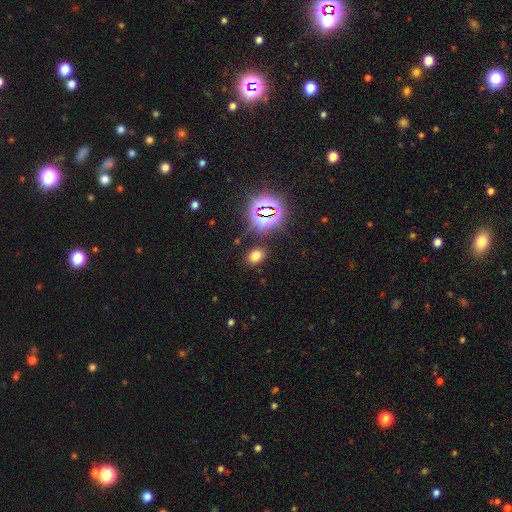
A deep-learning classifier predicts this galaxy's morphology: Smooth or featured? smooth (66%)
How rounded? in between (72%)
Merging? none (85%)